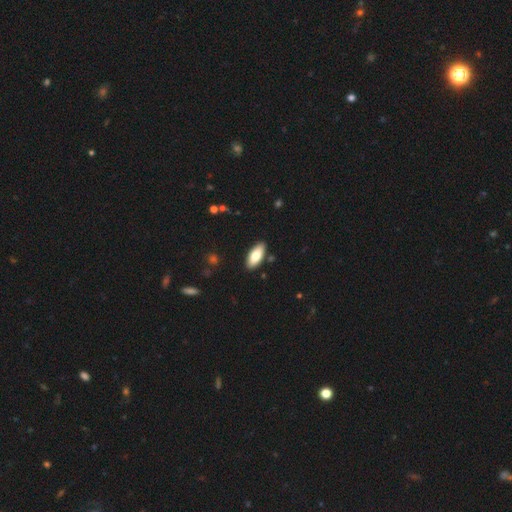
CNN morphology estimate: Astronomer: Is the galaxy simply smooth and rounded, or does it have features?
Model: smooth — 79%.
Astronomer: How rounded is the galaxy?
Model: in between — 85%.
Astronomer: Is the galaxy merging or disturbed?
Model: none — 88%.